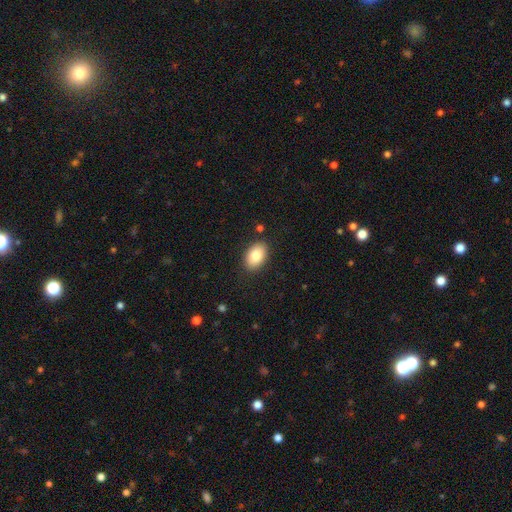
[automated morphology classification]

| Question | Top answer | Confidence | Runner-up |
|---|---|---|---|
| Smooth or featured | smooth | 83% | featured or disk (10%) |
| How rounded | in between | 90% | round (9%) |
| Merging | none | 87% | minor disturbance (9%) |